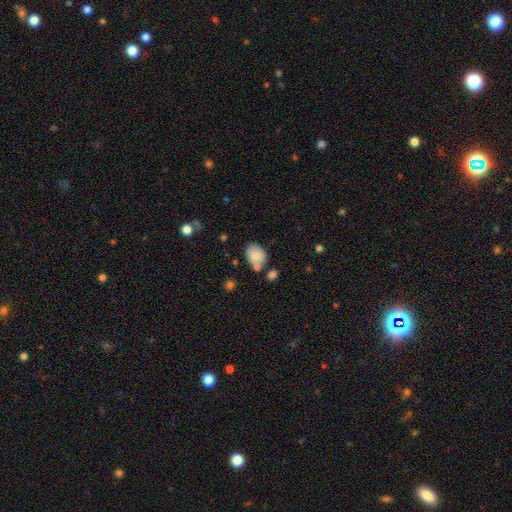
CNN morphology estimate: Overall: smooth (83%). How rounded: in between (65%; round 34%). Merging: none (62%).